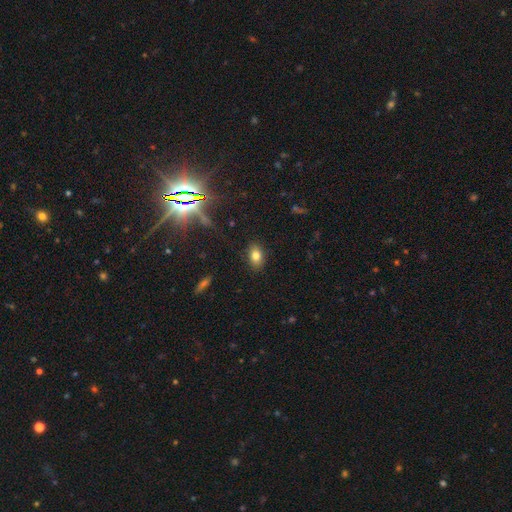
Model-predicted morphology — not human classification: This is likely a smooth galaxy (79%). How rounded: clearly in between (82%). Merging: clearly none (86%).